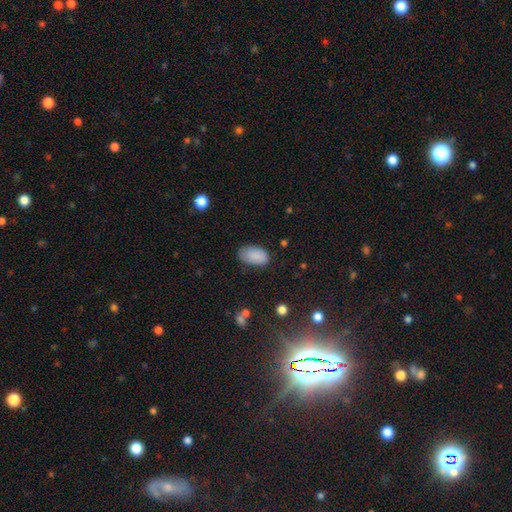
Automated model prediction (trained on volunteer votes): Smooth or featured? smooth (87%)
How rounded? in between (94%)
Merging? none (75%)